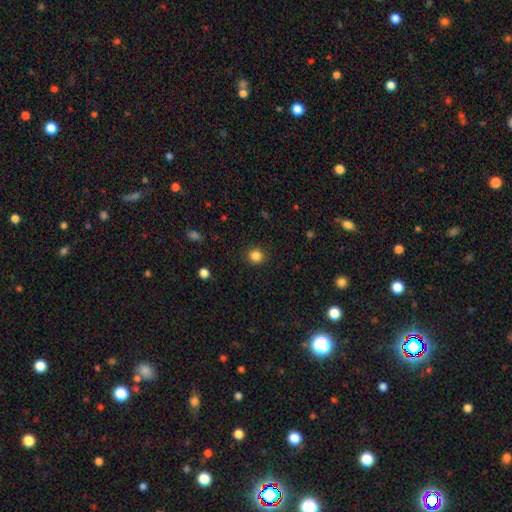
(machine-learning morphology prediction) Smooth or featured? smooth (85%)
How rounded? round (89%)
Merging? none (91%)